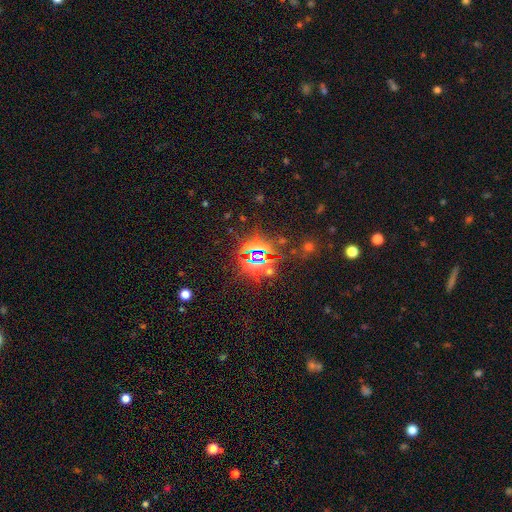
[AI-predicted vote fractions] A star or artifact, not a galaxy (80%).